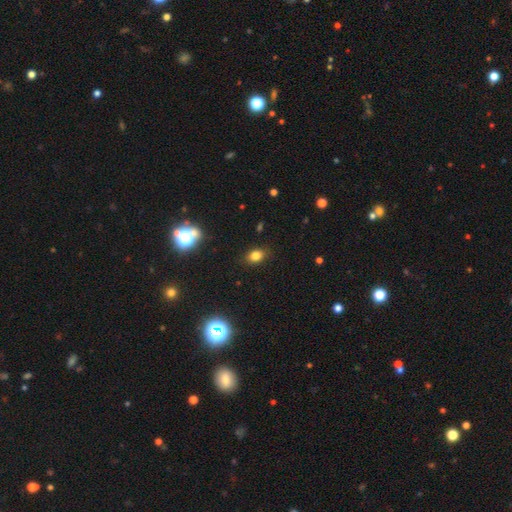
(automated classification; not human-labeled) A smooth galaxy with no disk features (78%) that is in between round and cigar-shaped (62%).

Vote fractions:
- Smooth or featured? smooth: 78% / star or artifact: 15% / featured or disk: 7%
- How rounded? in between: 62% / round: 36% / cigar-shaped: 1%
- Merging? none: 86% / minor disturbance: 10% / major disturbance: 3% / merger: 1%